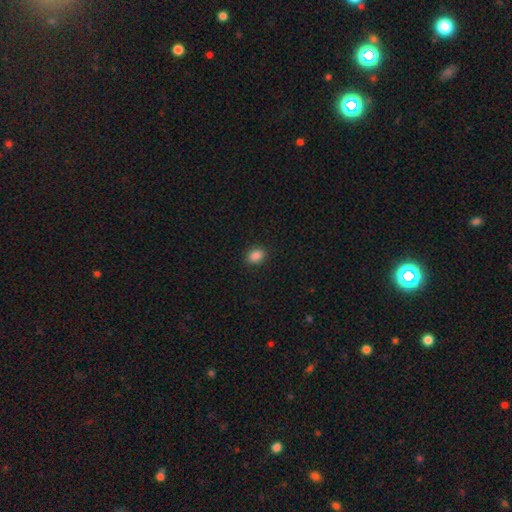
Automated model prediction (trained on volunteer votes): Q: Smooth or featured?
A: smooth (88%); runner-up: star or artifact (10%)
Q: How rounded?
A: in between (69%); runner-up: round (29%)
Q: Merging?
A: none (90%); runner-up: minor disturbance (7%)